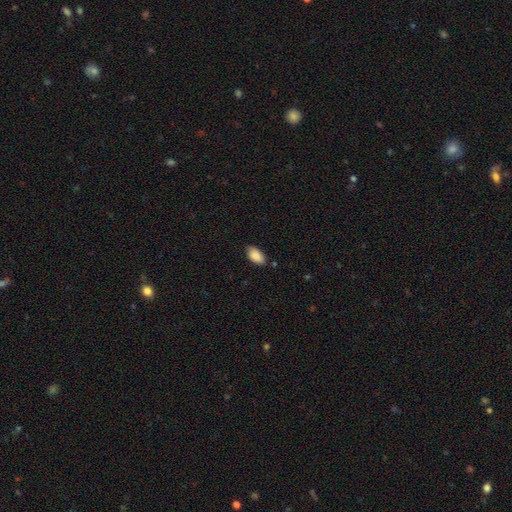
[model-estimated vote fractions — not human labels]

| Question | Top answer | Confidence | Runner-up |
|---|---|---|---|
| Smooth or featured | smooth | 88% | star or artifact (7%) |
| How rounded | in between | 94% | round (3%) |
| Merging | none | 79% | minor disturbance (17%) |